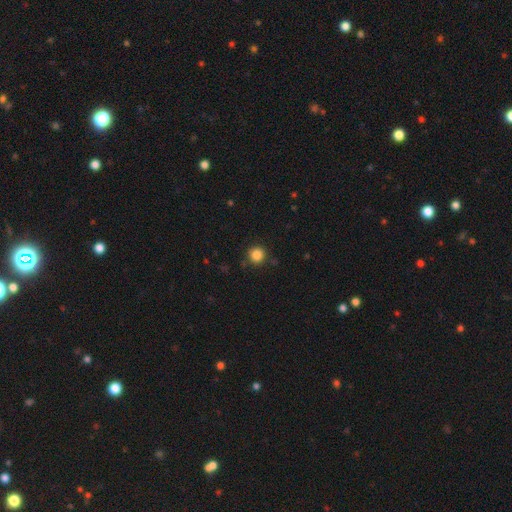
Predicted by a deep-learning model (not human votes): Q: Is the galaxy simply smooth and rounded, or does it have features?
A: smooth — 85%.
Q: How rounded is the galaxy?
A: round — 94%.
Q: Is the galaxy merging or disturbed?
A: none — 88%.